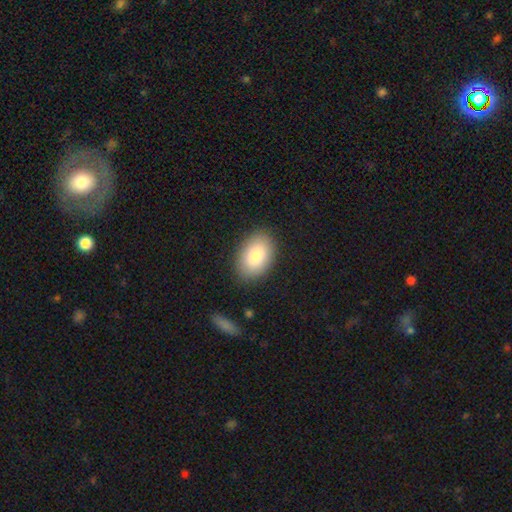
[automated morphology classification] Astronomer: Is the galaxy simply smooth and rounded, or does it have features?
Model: smooth — 84%.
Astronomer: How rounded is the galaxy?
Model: in between — 89%.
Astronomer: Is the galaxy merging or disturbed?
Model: none — 87%.